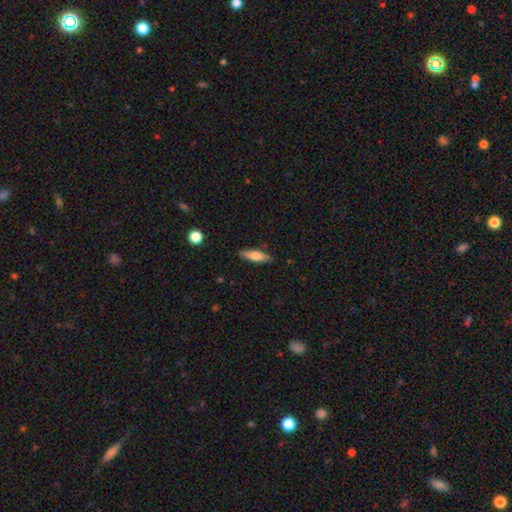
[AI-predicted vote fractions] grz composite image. It shows a smooth galaxy with no disk features (64%) that is cigar-shaped (59%). Merging: none (87%).